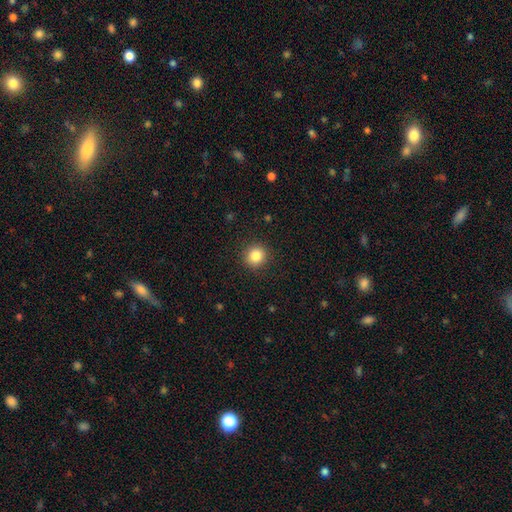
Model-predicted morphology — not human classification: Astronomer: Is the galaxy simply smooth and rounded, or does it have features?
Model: smooth — 85%.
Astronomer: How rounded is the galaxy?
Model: round — 91%.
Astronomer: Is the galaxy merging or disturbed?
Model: none — 91%.